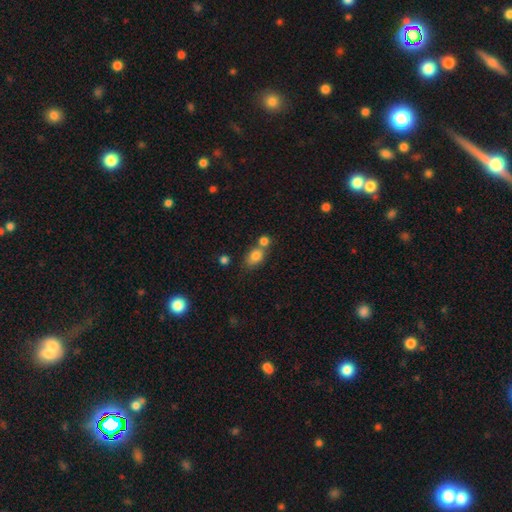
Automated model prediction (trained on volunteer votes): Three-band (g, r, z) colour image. It shows a smooth galaxy with no disk features (81%) that is in between round and cigar-shaped (69%). Merging: none (45%).